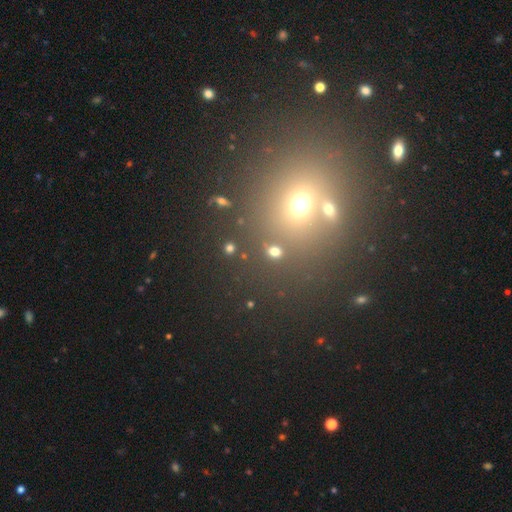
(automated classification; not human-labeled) This is possibly a smooth galaxy (50%). Merging: likely none (74%).